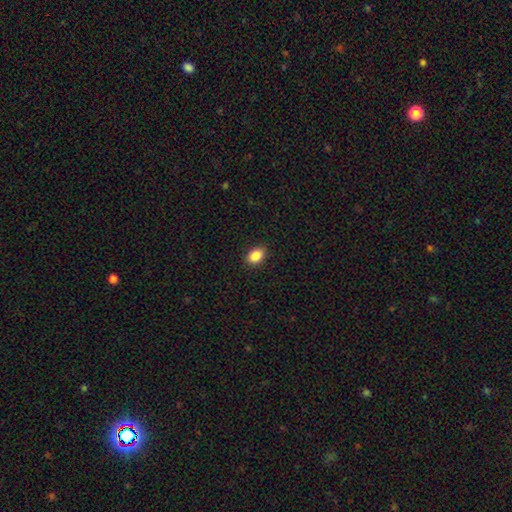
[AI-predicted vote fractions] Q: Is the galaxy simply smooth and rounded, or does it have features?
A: smooth — 88%.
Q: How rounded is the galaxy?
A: in between — 78%.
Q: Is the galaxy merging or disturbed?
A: none — 90%.